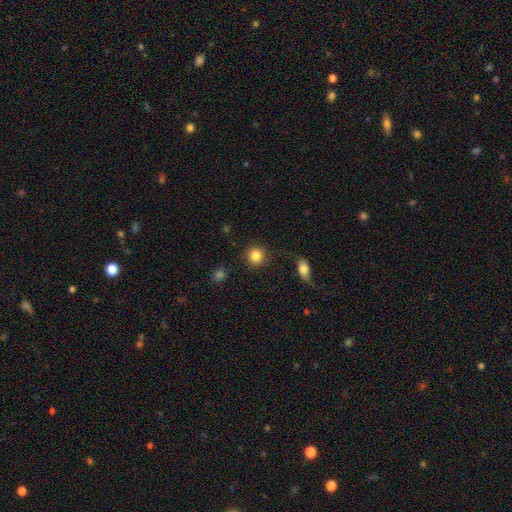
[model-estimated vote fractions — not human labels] Smooth or featured? Predicted: smooth (p=0.86). How rounded? Predicted: round (p=0.91). Merging? Predicted: none (p=0.87).